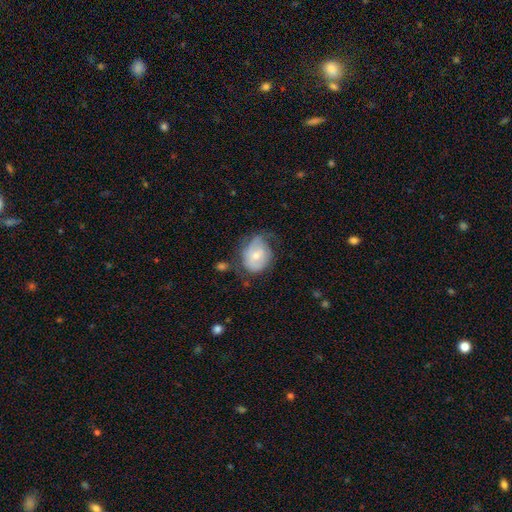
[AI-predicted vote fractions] Smooth or featured? featured or disk (48%)
Merging? none (38%)